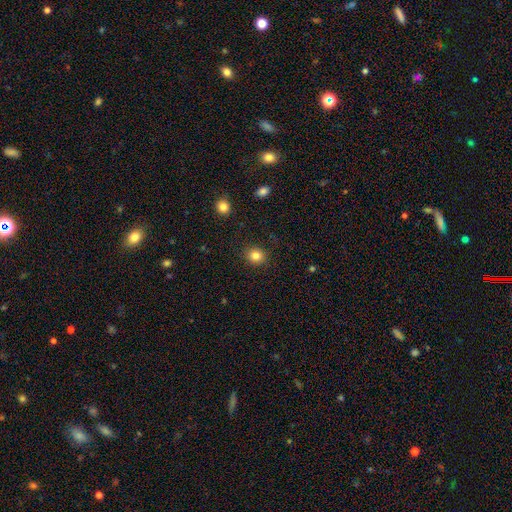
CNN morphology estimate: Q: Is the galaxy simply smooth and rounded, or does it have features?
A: smooth — 83%.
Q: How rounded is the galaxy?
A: round — 79%.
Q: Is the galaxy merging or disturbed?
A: none — 90%.